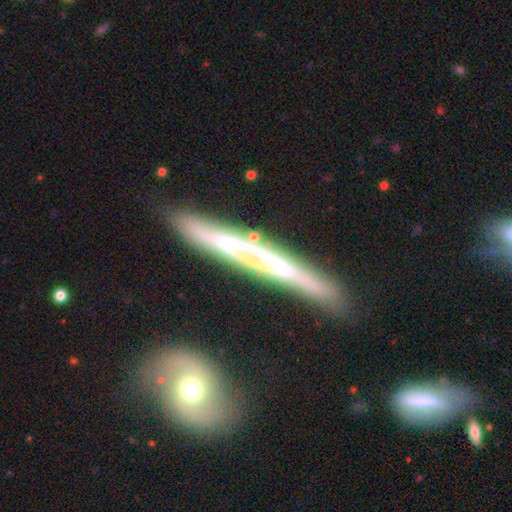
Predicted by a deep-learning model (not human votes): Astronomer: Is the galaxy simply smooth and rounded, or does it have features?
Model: featured or disk — 62%.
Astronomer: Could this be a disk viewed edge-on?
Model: yes — 91%.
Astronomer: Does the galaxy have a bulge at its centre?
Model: none — 79%.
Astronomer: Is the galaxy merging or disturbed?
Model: none — 82%.